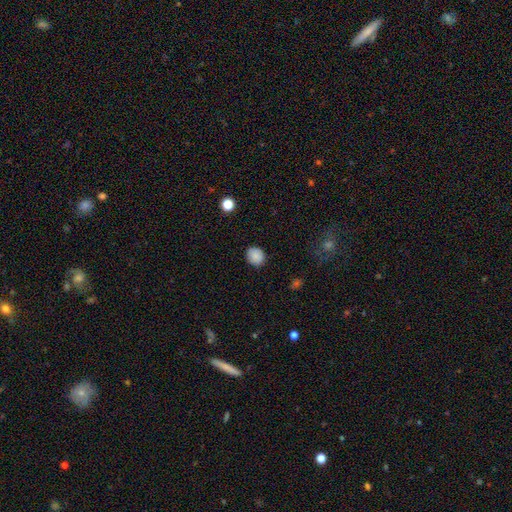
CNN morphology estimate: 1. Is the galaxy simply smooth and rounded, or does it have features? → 87% smooth, 9% star or artifact, 4% featured or disk.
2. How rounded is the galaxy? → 69% round, 30% in between, 1% cigar-shaped.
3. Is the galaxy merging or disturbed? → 86% none, 10% minor disturbance, 2% major disturbance, 1% merger.